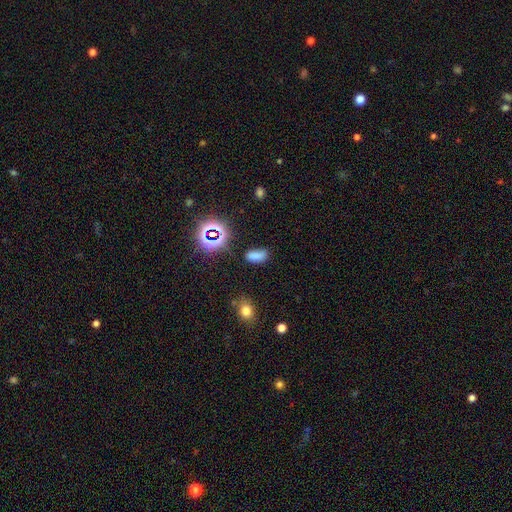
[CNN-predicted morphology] smooth_or_featured: smooth (p=0.70) [alt: star or artifact p=0.24]
how_rounded: in between (p=0.86) [alt: cigar-shaped p=0.08]
merging: none (p=0.70) [alt: minor disturbance p=0.19]